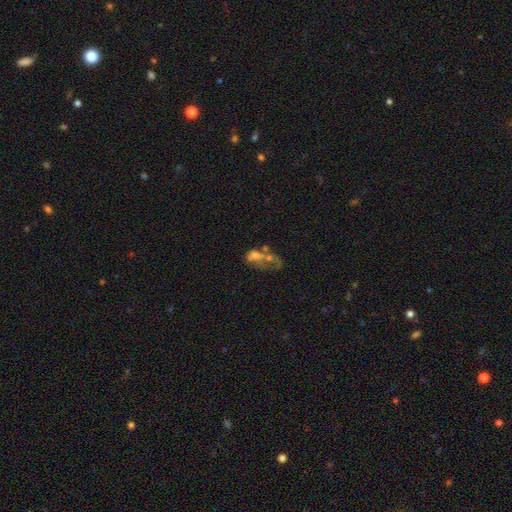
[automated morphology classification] This is possibly a featured or disk galaxy (46%). Merging: possibly merger (53%).